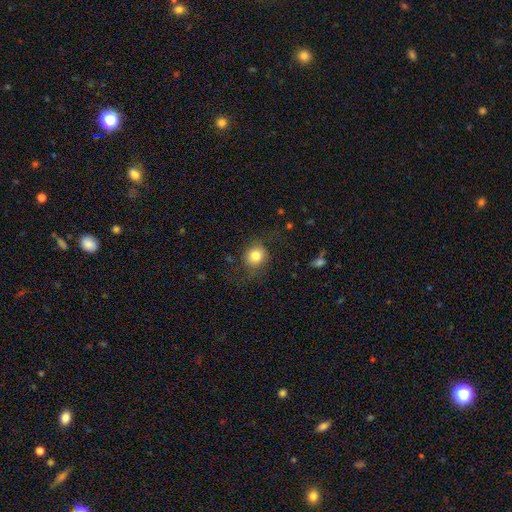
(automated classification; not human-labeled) Smooth or featured? smooth (78%)
How rounded? round (80%)
Merging? none (71%)